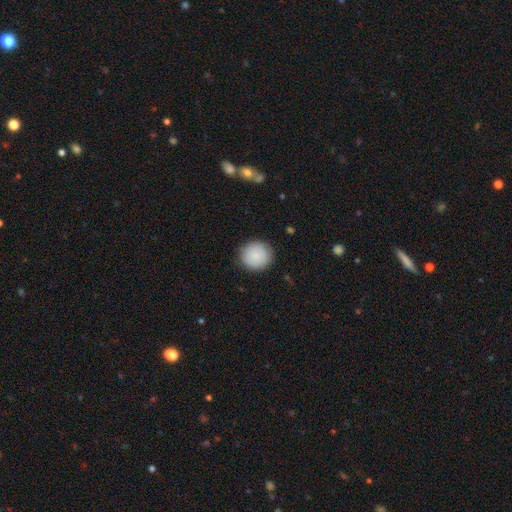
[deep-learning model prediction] This appears to be a smooth galaxy with no disk features (87%) that is round (91%). Merging: none (89%).